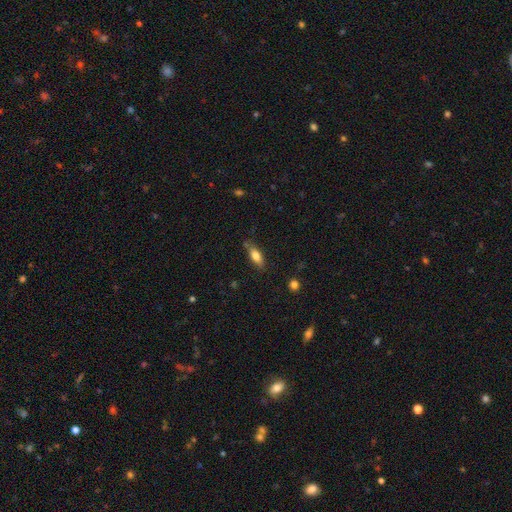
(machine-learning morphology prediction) This is likely a smooth galaxy (71%). How rounded: likely in between (64%). Merging: likely none (72%).